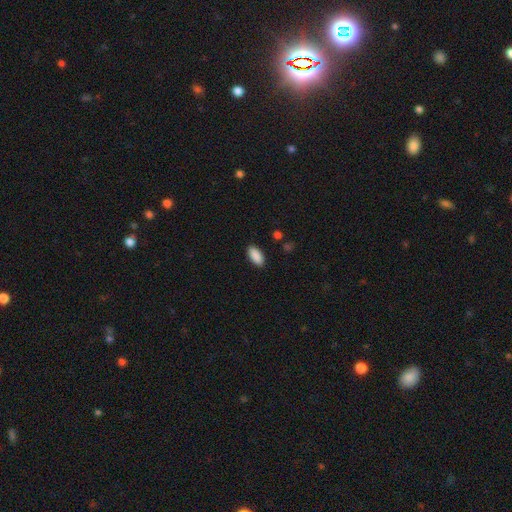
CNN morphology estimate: This is clearly a smooth galaxy (90%). How rounded: clearly in between (90%). Merging: clearly none (89%).